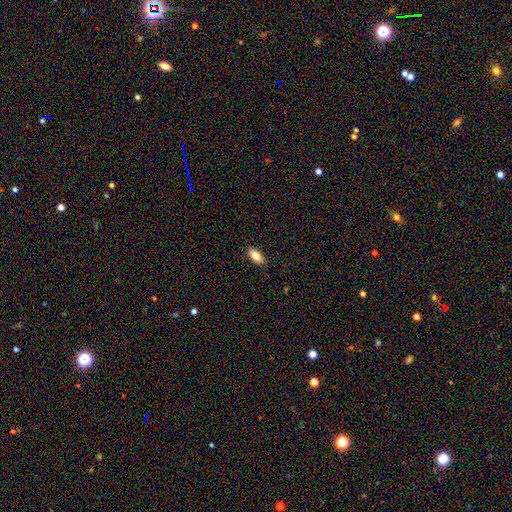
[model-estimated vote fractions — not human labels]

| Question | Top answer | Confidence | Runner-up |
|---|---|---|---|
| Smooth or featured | smooth | 82% | featured or disk (11%) |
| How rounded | in between | 87% | cigar-shaped (10%) |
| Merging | none | 89% | minor disturbance (8%) |